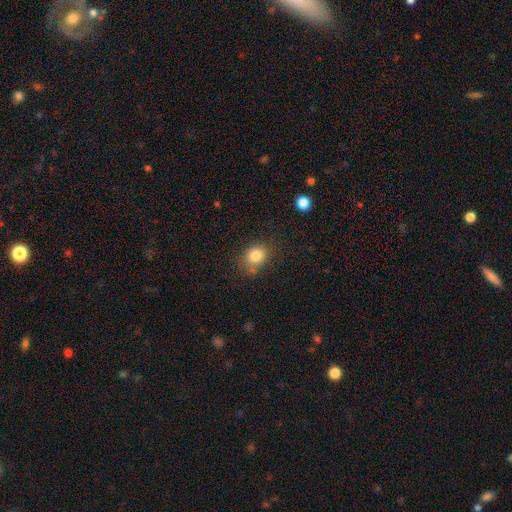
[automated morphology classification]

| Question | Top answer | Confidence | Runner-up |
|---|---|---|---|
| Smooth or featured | smooth | 83% | star or artifact (11%) |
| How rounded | round | 61% | in between (39%) |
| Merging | none | 69% | minor disturbance (19%) |